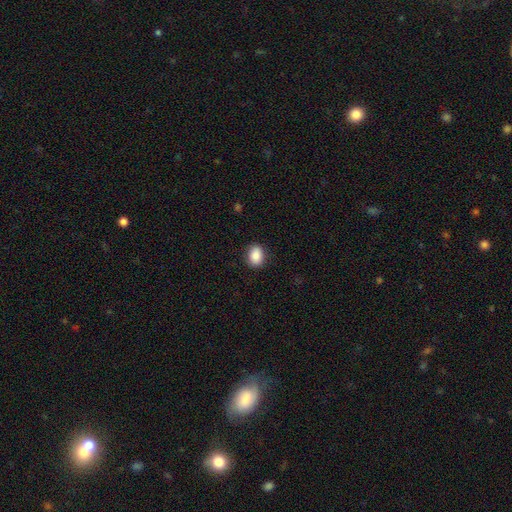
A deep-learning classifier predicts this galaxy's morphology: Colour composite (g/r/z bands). It shows a smooth galaxy with no disk features (87%) that is in between round and cigar-shaped (64%). Merging: none (87%).